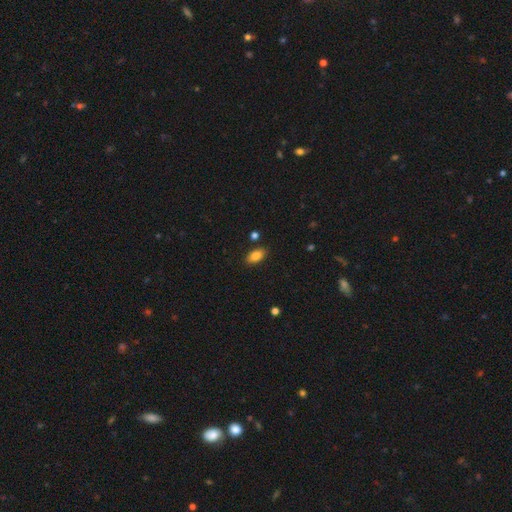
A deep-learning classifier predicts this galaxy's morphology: Smooth or featured: smooth — 85% (star or artifact — 9%)
How rounded: in between — 92% (round — 6%)
Merging: none — 85% (minor disturbance — 10%)